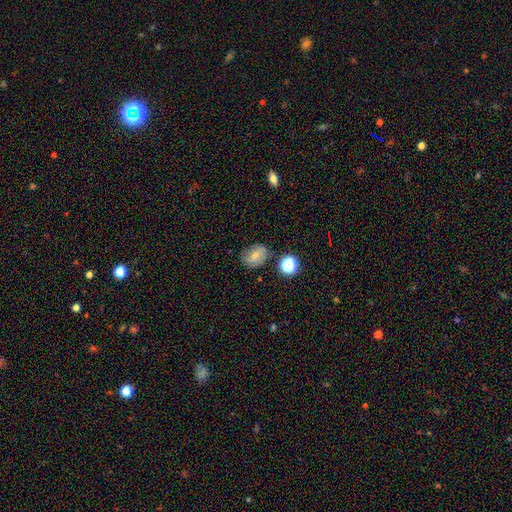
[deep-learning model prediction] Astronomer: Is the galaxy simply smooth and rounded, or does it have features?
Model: smooth — 60%.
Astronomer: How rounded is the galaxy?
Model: in between — 53% (runner-up: round, 45%).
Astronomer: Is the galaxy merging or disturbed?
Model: none — 73%.